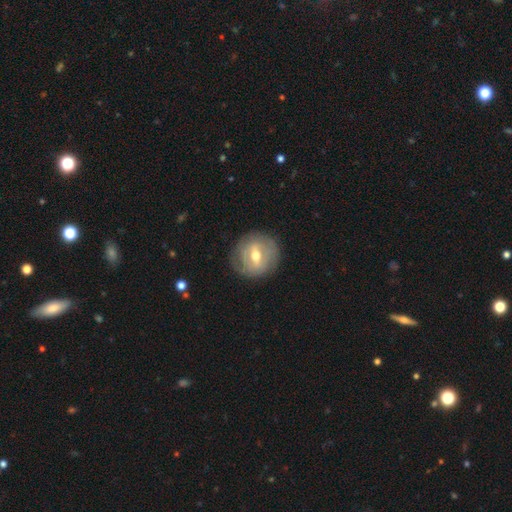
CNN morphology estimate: This is likely a featured or disk galaxy (64%). It is clearly not viewed edge-on (92%). Bar: possibly weak (48%). Spiral arm pattern: possibly yes (56%). Central bulge: likely moderate (75%). Merging: clearly none (82%).